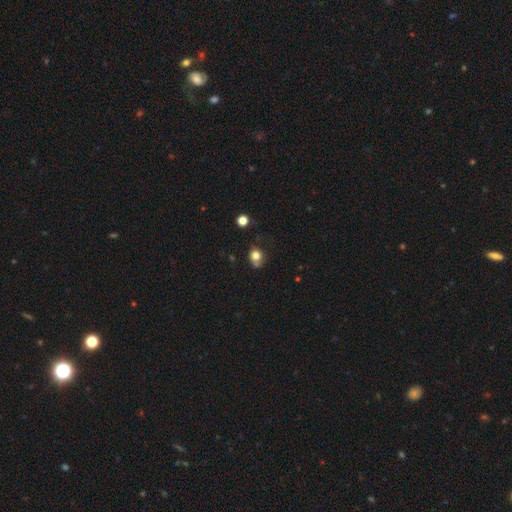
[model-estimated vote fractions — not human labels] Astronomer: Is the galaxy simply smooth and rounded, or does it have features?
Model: smooth — 77%.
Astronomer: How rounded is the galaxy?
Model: round — 71%.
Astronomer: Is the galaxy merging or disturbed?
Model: none — 53%.